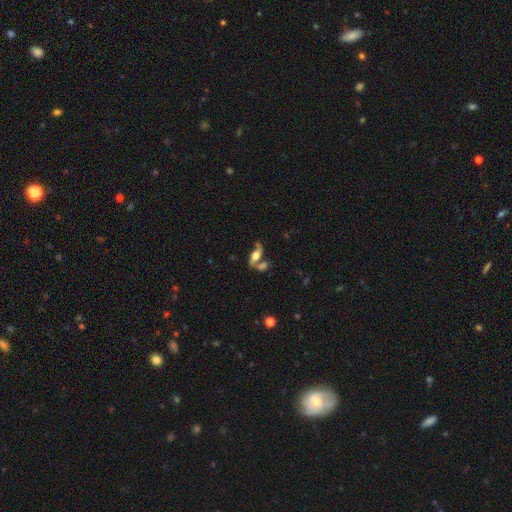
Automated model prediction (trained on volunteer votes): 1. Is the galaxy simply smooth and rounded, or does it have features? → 60% featured or disk, 31% smooth, 9% star or artifact.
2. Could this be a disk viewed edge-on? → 70% no, 30% yes.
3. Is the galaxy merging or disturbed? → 43% none, 34% merger, 14% minor disturbance, 9% major disturbance.